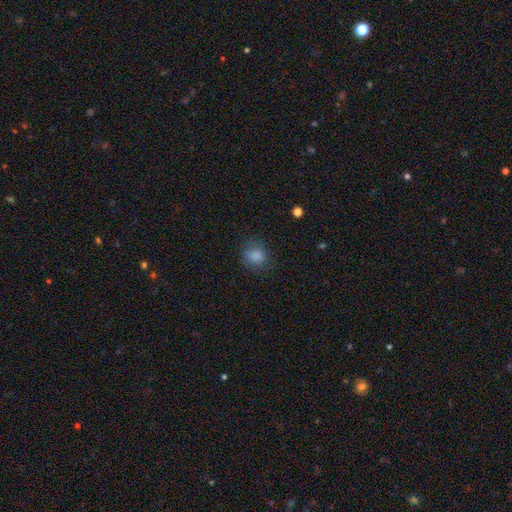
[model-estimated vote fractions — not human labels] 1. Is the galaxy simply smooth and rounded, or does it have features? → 84% smooth, 10% star or artifact, 5% featured or disk.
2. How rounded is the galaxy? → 66% round, 33% in between, 1% cigar-shaped.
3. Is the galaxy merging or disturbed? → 77% none, 16% minor disturbance, 6% major disturbance, 1% merger.